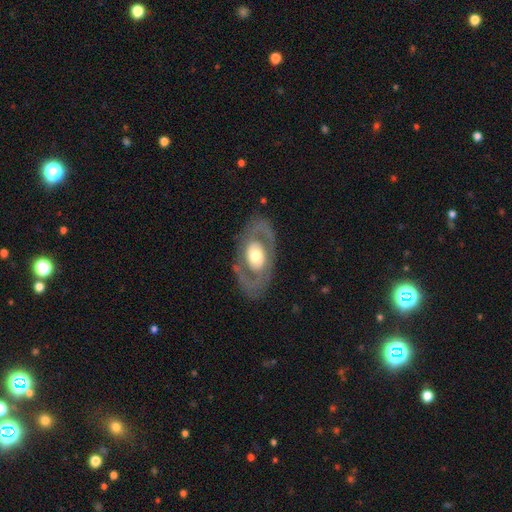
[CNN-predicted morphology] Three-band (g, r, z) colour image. It shows a featured or disk galaxy (75%) with no bar (76%), spiral arms (55%) and a moderate central bulge (59%). Merging: none (80%).